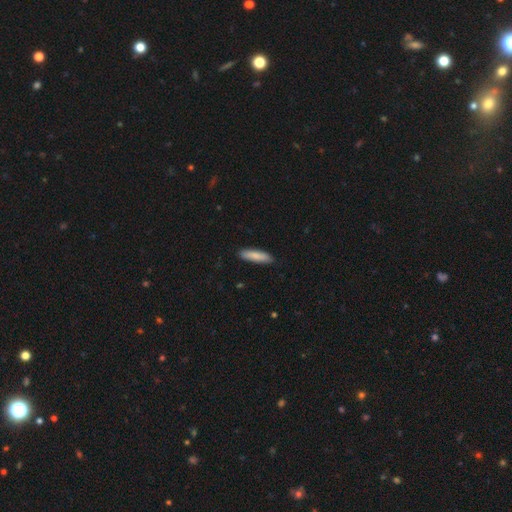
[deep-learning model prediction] Smooth or featured? Predicted: smooth (p=0.84). How rounded? Predicted: cigar-shaped (p=0.75). Merging? Predicted: none (p=0.89).